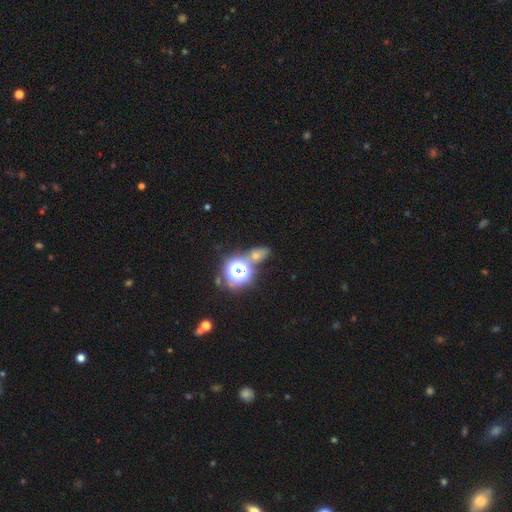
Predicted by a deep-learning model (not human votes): A star or artifact, not a galaxy (54%).